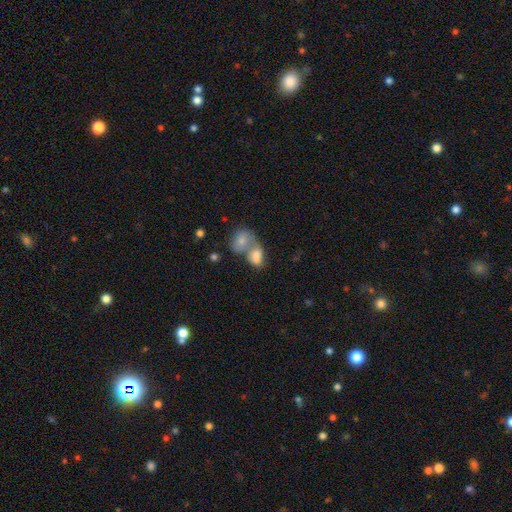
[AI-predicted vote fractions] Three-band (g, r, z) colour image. It shows a smooth galaxy with no disk features (77%) that is in between round and cigar-shaped (79%). Merging: merger (71%).